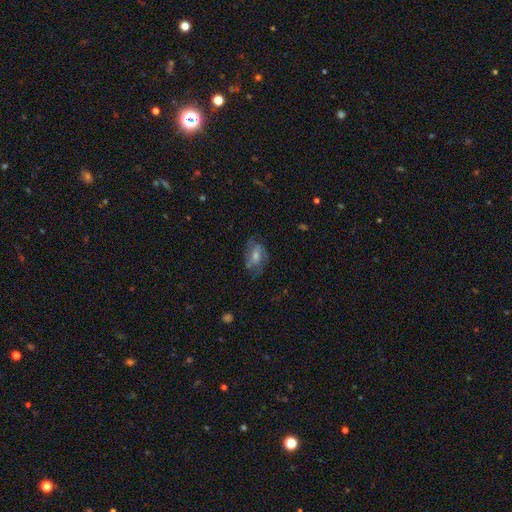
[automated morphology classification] type=featured or disk (61%); edge-on=no (94%); bar=weak (43%); spiral arms=yes (80%); bulge=moderate (54%); merging=none (69%).